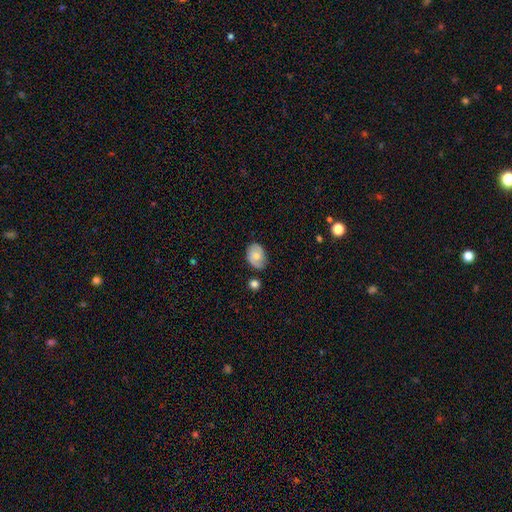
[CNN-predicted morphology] smooth 63%, featured or disk 29%, star or artifact 8%. Down the decision tree: how rounded — in between (74%); merging — none (68%).